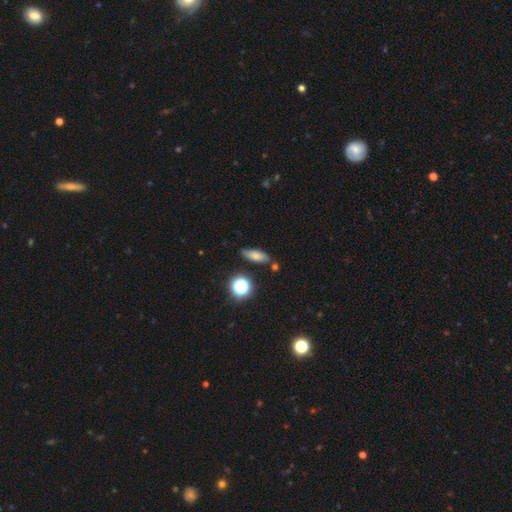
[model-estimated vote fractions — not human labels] Q: Smooth or featured?
A: smooth (69%); runner-up: featured or disk (17%)
Q: How rounded?
A: in between (59%); runner-up: cigar-shaped (32%)
Q: Merging?
A: none (78%); runner-up: minor disturbance (14%)